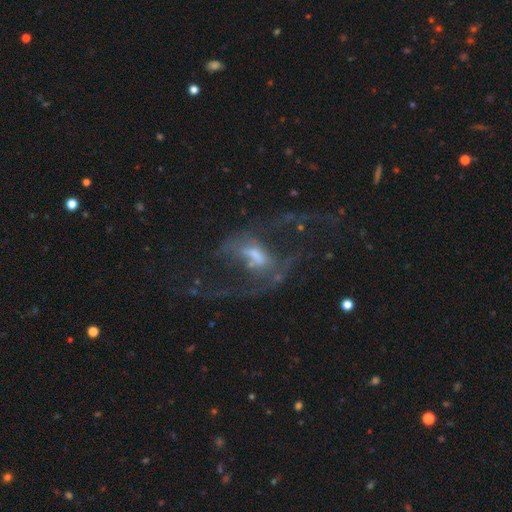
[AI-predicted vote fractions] This appears to be a featured or disk galaxy (79%) with a weak bar (46%), 2 (76%) loose (66%) spiral arms (82%) and a moderate central bulge (41%). Merging: none (40%).